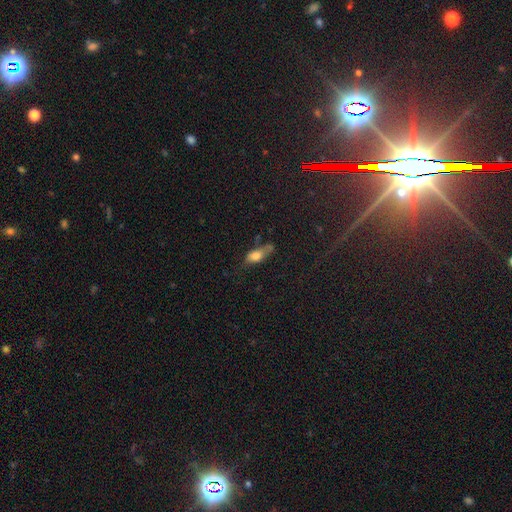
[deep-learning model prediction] Q: Smooth or featured?
A: smooth (67%); runner-up: featured or disk (23%)
Q: How rounded?
A: in between (70%); runner-up: cigar-shaped (24%)
Q: Merging?
A: none (45%); runner-up: minor disturbance (32%)